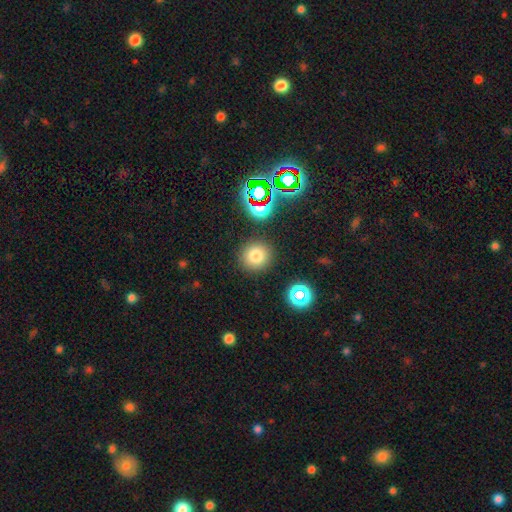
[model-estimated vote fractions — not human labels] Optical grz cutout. It shows a smooth galaxy with no disk features (76%) that is round (93%). Merging: none (87%).